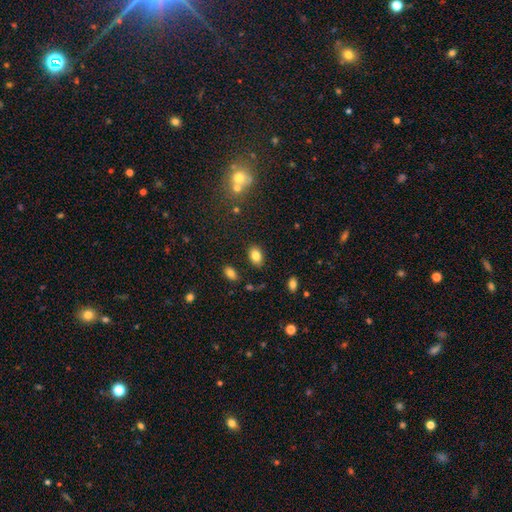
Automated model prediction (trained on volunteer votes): The model was most divided on "how rounded": in between: 83%, round: 16%, cigar-shaped: 1%. More confident: merging — none (83%); smooth or featured — smooth (82%).